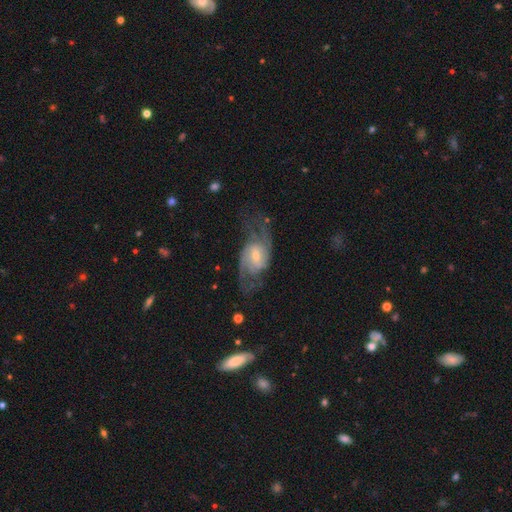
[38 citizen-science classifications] A featured or disk galaxy (74%) with a weak bar (61%), 2 (71%) loose (76%) spiral arms (75%) and a moderate central bulge (57%). Merging: none (37%).